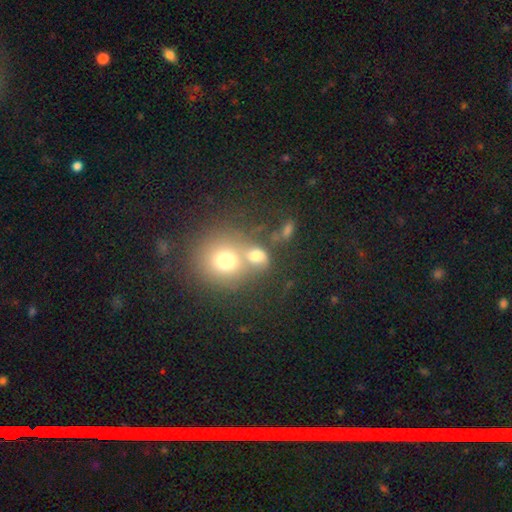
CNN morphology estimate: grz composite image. It shows a smooth galaxy with no disk features (65%) that is round (63%). Merging: merger (56%).